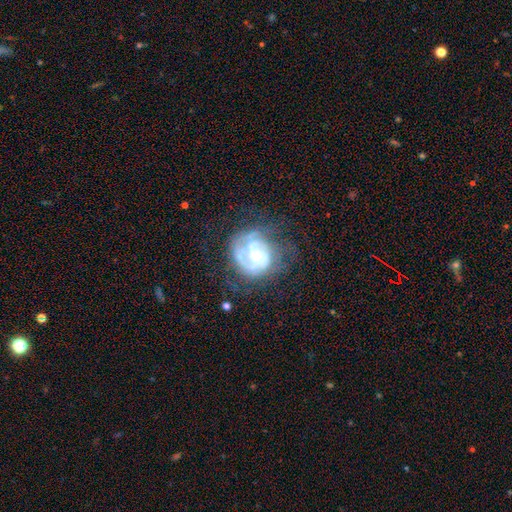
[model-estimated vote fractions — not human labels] Morphology: type=featured or disk (76%); edge-on=no (98%); bar=no (72%); spiral arms=yes (78%); winding=tight (55%); arm count=can't tell (36%); bulge=moderate (53%); merging=none (46%).